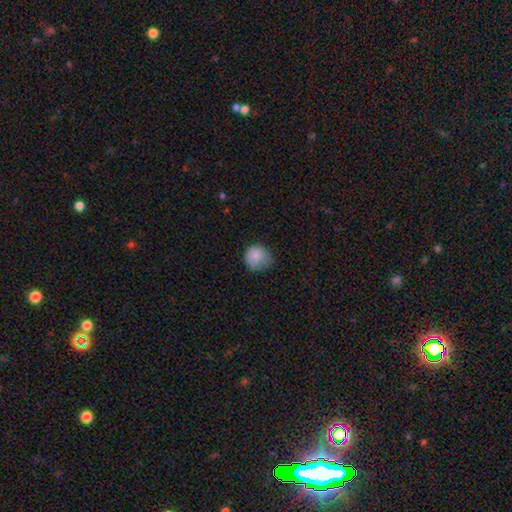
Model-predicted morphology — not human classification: Overall: smooth (83%). How rounded: round (87%). Merging: none (63%; minor disturbance 28%).